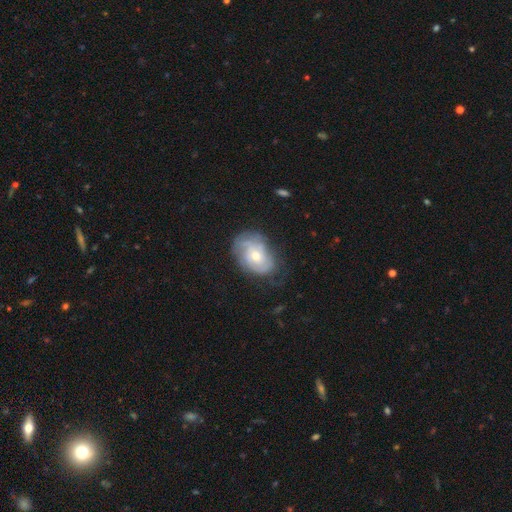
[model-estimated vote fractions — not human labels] Morphology: type=featured or disk (66%); edge-on=no (96%); bar=no (78%); spiral arms=yes (81%); winding=tight (56%); arm count=can't tell (48%); bulge=moderate (52%); merging=none (59%).